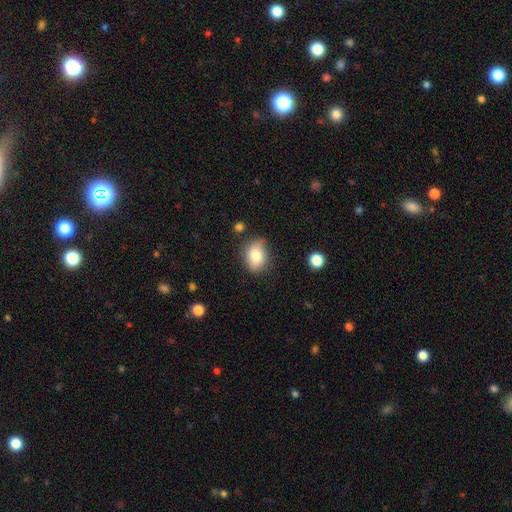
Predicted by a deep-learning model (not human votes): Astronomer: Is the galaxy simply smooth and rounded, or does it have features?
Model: smooth — 82%.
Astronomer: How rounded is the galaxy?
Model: in between — 67%.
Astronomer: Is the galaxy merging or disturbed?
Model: none — 74%.